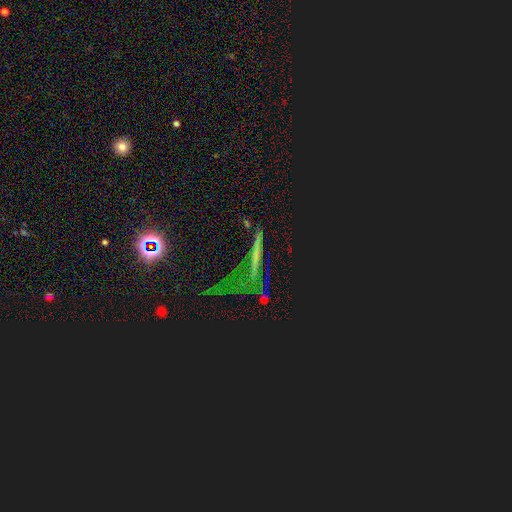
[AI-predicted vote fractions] A star or artifact, not a galaxy (53%).